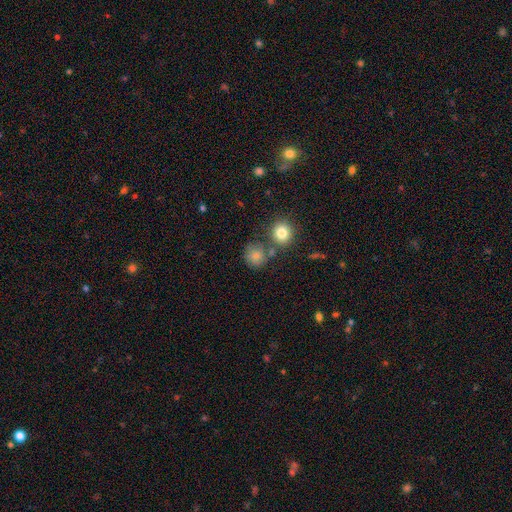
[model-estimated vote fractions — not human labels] Overall: smooth (79%). How rounded: round (87%). Merging: none (65%).